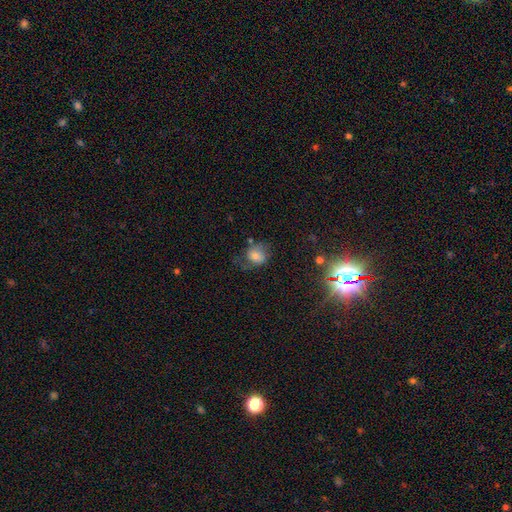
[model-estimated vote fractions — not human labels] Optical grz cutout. It shows a smooth galaxy with no disk features (65%) that is round (59%). Merging: none (50%).